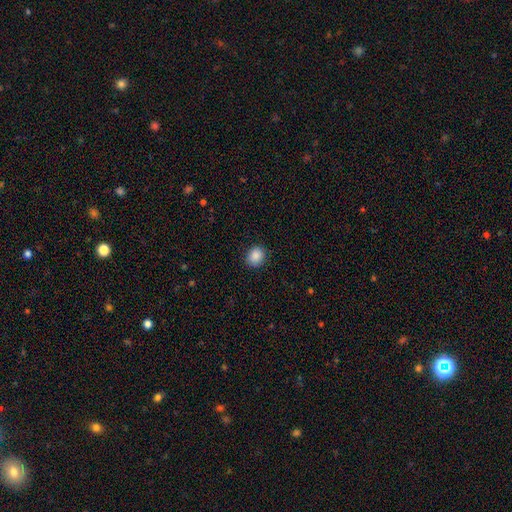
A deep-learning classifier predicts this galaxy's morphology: The model was most divided on "how rounded": round: 70%, in between: 29%, cigar-shaped: 1%. More confident: merging — none (88%); smooth or featured — smooth (88%).